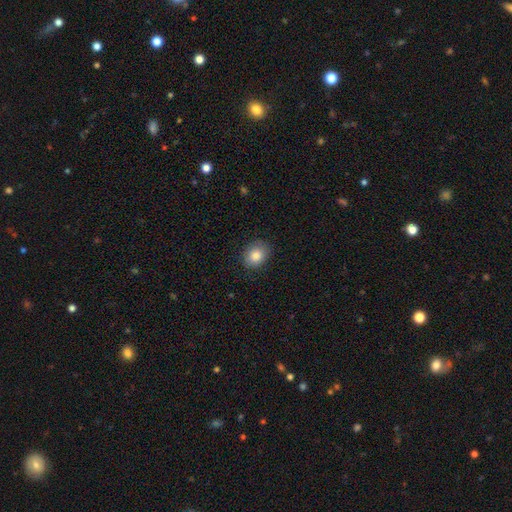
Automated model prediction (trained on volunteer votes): The model was most divided on "how rounded": in between: 53%, round: 47%, cigar-shaped: 1%. More confident: smooth or featured — smooth (85%); merging — none (84%).